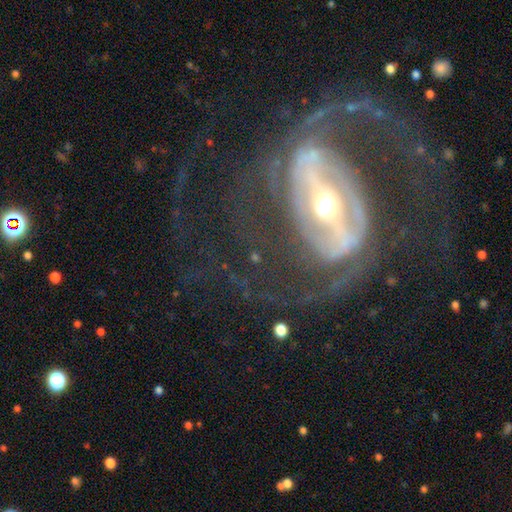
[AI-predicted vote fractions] This is clearly a featured or disk galaxy (91%). It is clearly not viewed edge-on (95%). Bar: likely strong (74%). Spiral arm pattern: clearly yes (94%). Spiral arm count: clearly 2 (80%). Spiral winding: possibly medium (49%). Central bulge: possibly small (47%). Merging: likely none (60%).